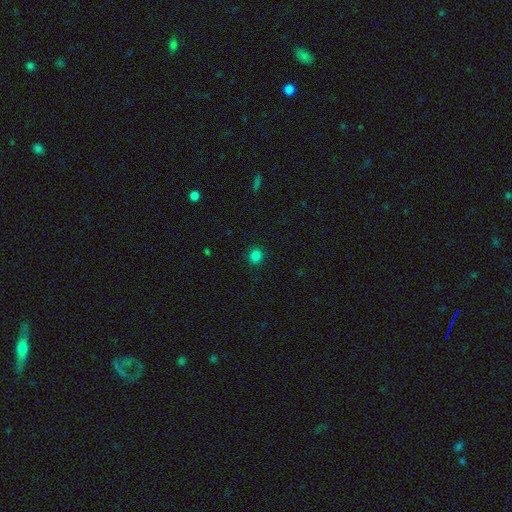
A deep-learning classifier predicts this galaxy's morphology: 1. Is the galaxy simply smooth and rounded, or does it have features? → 82% smooth, 15% star or artifact, 3% featured or disk.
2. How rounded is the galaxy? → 86% round, 13% in between, 1% cigar-shaped.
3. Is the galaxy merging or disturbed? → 91% none, 6% minor disturbance, 2% major disturbance, 1% merger.